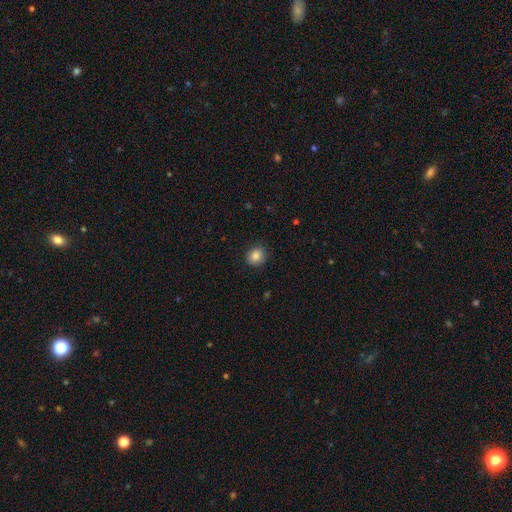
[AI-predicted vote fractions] smooth-or-featured: smooth: 86% | star or artifact: 9% | featured or disk: 5%
  how-rounded: round: 80% | in between: 19% | cigar-shaped: 1%
  merging: none: 87% | minor disturbance: 10% | major disturbance: 2% | merger: 1%